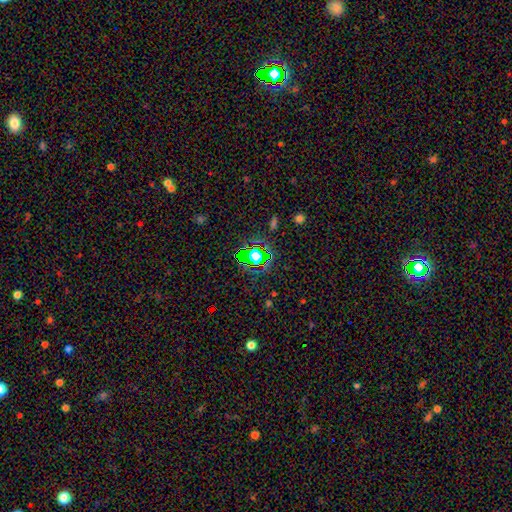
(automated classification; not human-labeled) star or artifact 63%, smooth 25%, featured or disk 12%.